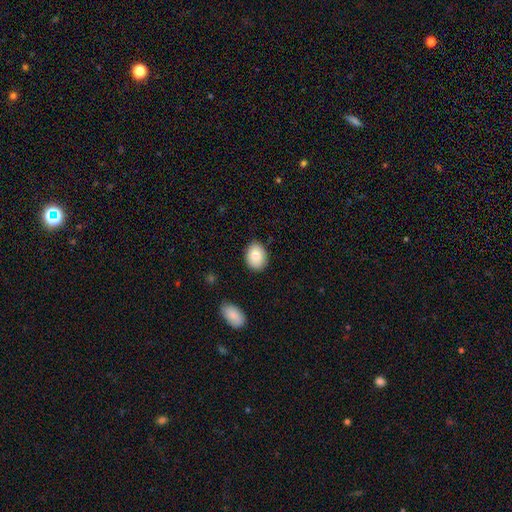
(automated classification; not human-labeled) Smooth or featured: smooth — 85% (featured or disk — 8%)
How rounded: in between — 72% (round — 27%)
Merging: none — 85% (minor disturbance — 11%)